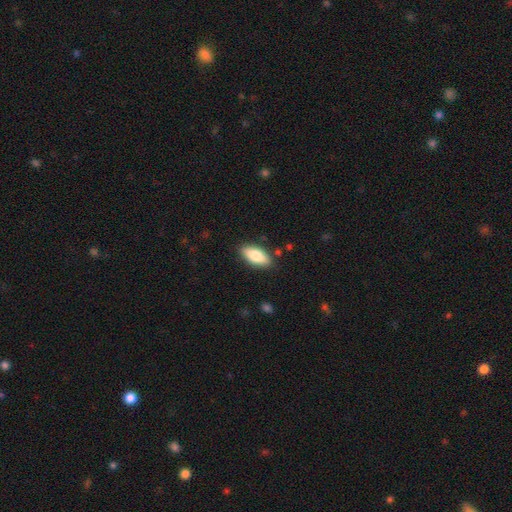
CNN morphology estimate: Smooth or featured: smooth — 79% (featured or disk — 15%)
How rounded: in between — 83% (cigar-shaped — 15%)
Merging: none — 85% (minor disturbance — 11%)